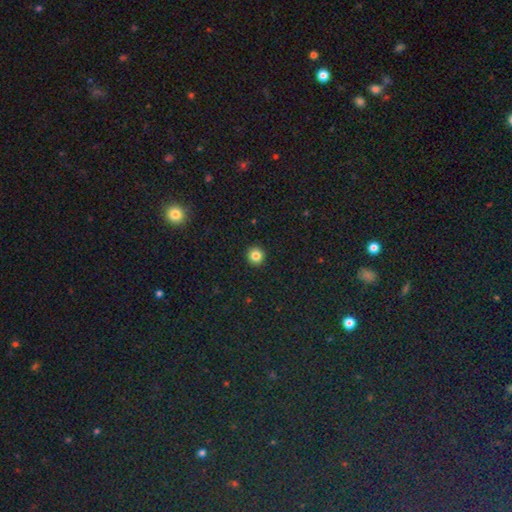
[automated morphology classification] Overall: smooth (83%). How rounded: round (94%). Merging: none (93%).